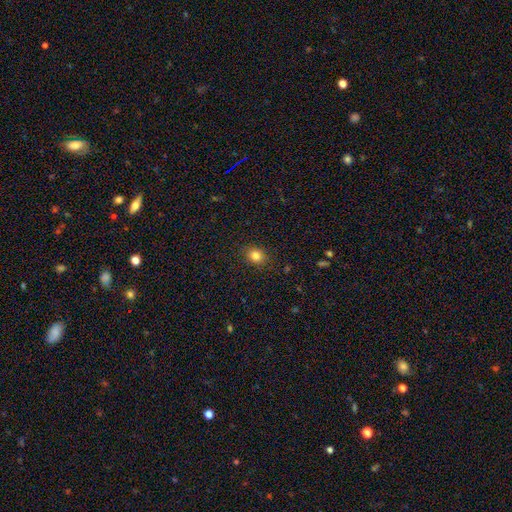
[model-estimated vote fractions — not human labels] Smooth or featured?
  - smooth: 82% *
  - star or artifact: 12%
  - featured or disk: 6%
How rounded?
  - round: 61% *
  - in between: 38%
  - cigar-shaped: 1%
Merging?
  - none: 88% *
  - minor disturbance: 8%
  - major disturbance: 2%
  - merger: 1%